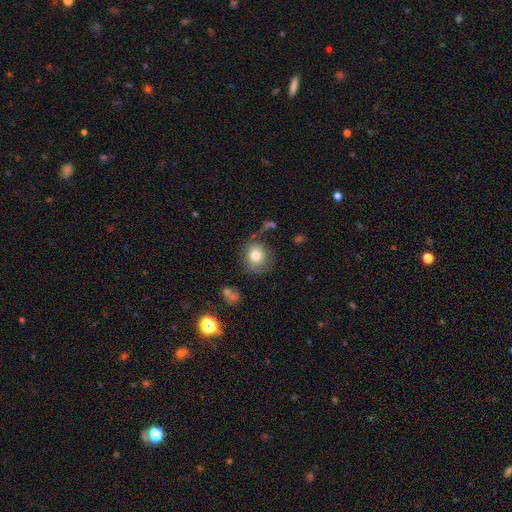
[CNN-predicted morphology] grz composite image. It shows a smooth galaxy with no disk features (77%) that is round (83%). Merging: none (68%).